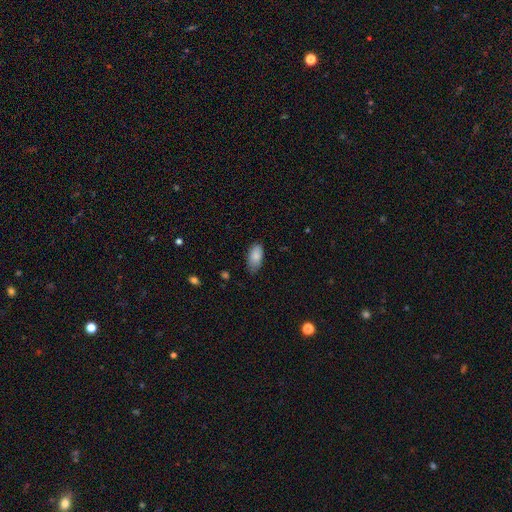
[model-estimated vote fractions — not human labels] Smooth or featured?
  - smooth: 86% *
  - featured or disk: 7%
  - star or artifact: 7%
How rounded?
  - in between: 93% *
  - cigar-shaped: 4%
  - round: 3%
Merging?
  - none: 72% *
  - minor disturbance: 23%
  - major disturbance: 4%
  - merger: 1%